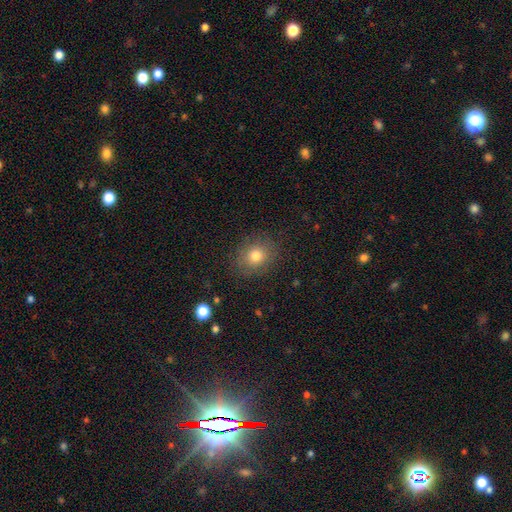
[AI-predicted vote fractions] smooth_or_featured: smooth (p=0.76) [alt: star or artifact p=0.12]
how_rounded: round (p=0.63) [alt: in between p=0.36]
merging: none (p=0.84) [alt: minor disturbance p=0.11]